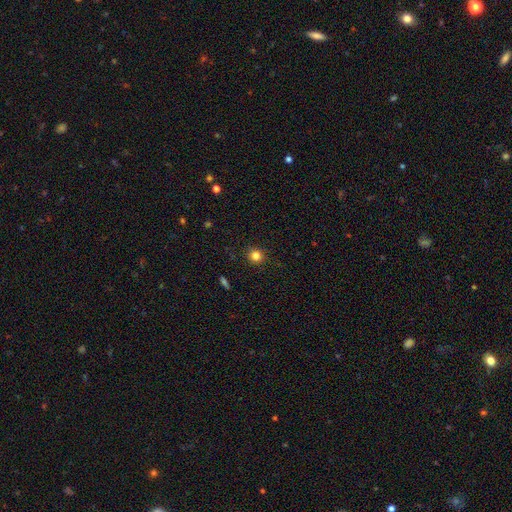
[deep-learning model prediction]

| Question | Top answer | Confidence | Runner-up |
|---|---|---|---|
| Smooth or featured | smooth | 82% | star or artifact (13%) |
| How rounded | round | 90% | in between (9%) |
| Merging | none | 90% | minor disturbance (7%) |